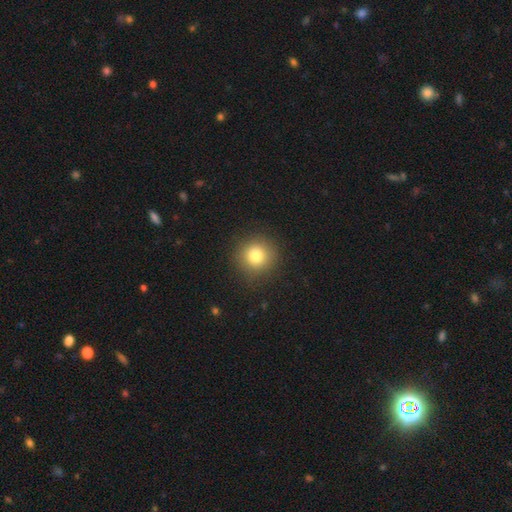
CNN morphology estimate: This is likely a smooth galaxy (80%). How rounded: clearly round (93%). Merging: clearly none (90%).